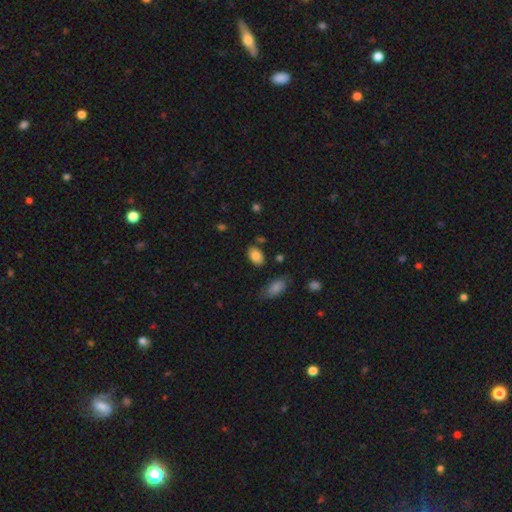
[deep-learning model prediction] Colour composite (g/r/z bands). It shows a smooth galaxy with no disk features (83%) that is in between round and cigar-shaped (88%). Merging: none (77%).